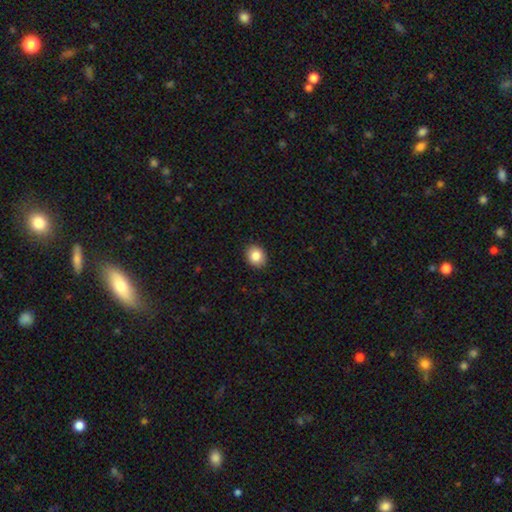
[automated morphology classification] A smooth galaxy with no disk features (85%) that is round (58%).

Vote fractions:
- Smooth or featured? smooth: 85% / star or artifact: 9% / featured or disk: 6%
- How rounded? round: 58% / in between: 41% / cigar-shaped: 1%
- Merging? none: 91% / minor disturbance: 7% / major disturbance: 2% / merger: 1%